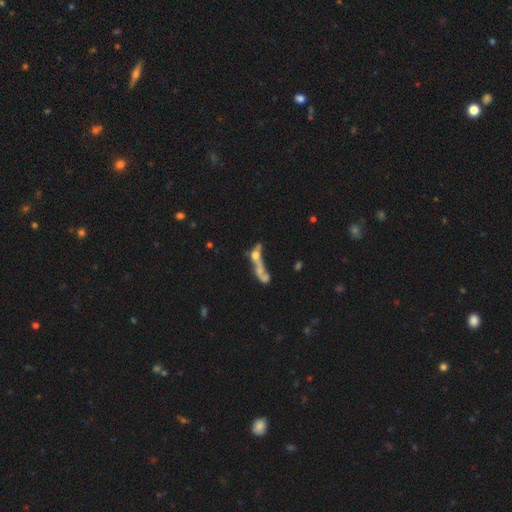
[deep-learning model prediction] This appears to be a featured or disk galaxy (43%). Merging: merger (54%).